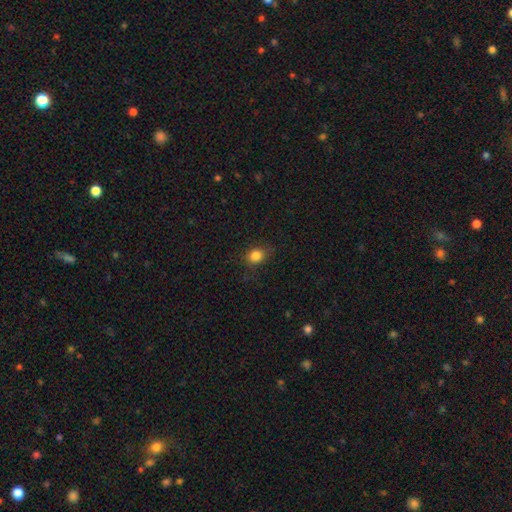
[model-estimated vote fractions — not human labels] This is clearly a smooth galaxy (84%). How rounded: possibly round (59%). Merging: clearly none (82%).